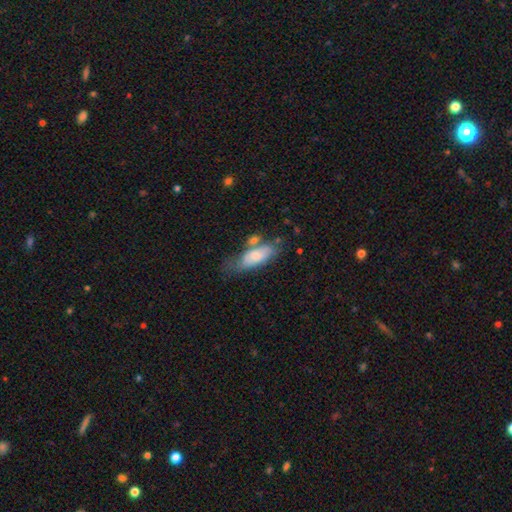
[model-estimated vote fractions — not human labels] Smooth or featured: smooth — 68% (featured or disk — 26%)
How rounded: in between — 75% (cigar-shaped — 22%)
Merging: none — 40% (minor disturbance — 26%)